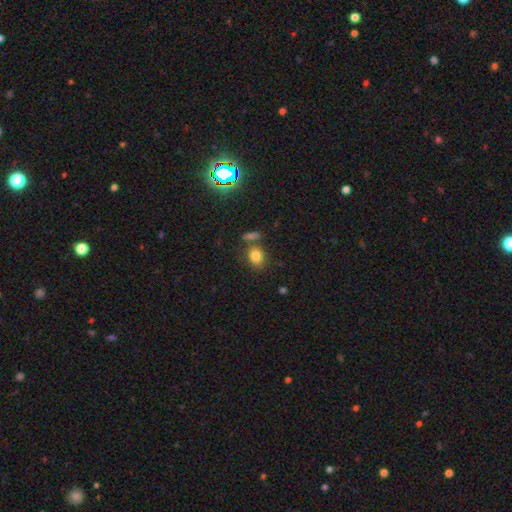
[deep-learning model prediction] Overall: smooth (80%). How rounded: in between (52%; round 46%). Merging: none (67%).